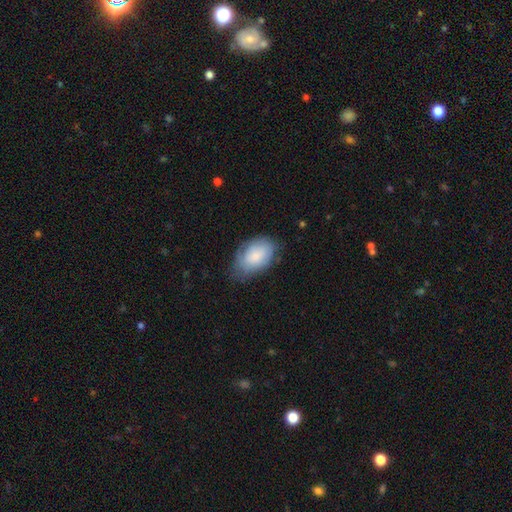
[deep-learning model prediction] Smooth or featured? Predicted: smooth (p=0.72). How rounded? Predicted: in between (p=0.91). Merging? Predicted: none (p=0.61).